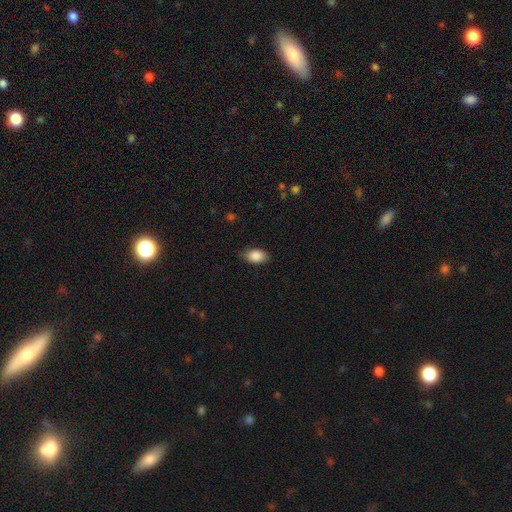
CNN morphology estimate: A smooth galaxy with no disk features (88%) that is in between round and cigar-shaped (91%).

Vote fractions:
- Smooth or featured? smooth: 88% / star or artifact: 7% / featured or disk: 5%
- How rounded? in between: 91% / round: 8% / cigar-shaped: 2%
- Merging? none: 84% / minor disturbance: 13% / major disturbance: 3% / merger: 1%